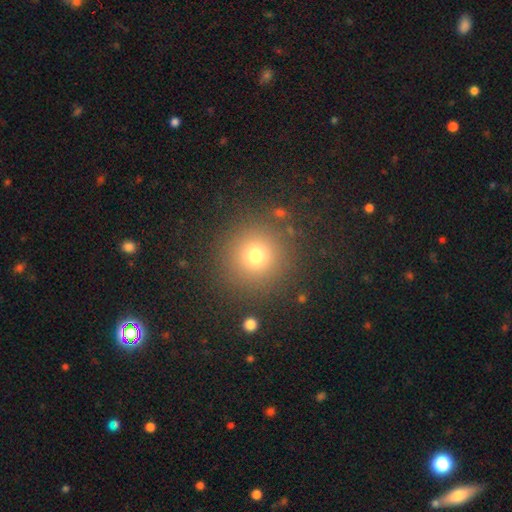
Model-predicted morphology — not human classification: Smooth or featured?
  - smooth: 74% *
  - star or artifact: 17%
  - featured or disk: 9%
How rounded?
  - round: 95% *
  - in between: 4%
  - cigar-shaped: 1%
Merging?
  - none: 88% *
  - minor disturbance: 7%
  - major disturbance: 4%
  - merger: 2%